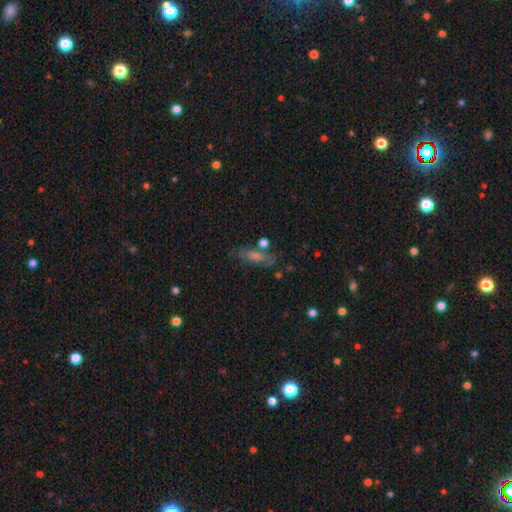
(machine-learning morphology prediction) smooth-or-featured: smooth: 46% | featured or disk: 34% | star or artifact: 20%
  merging: none: 67% | minor disturbance: 17% | merger: 8% | major disturbance: 8%